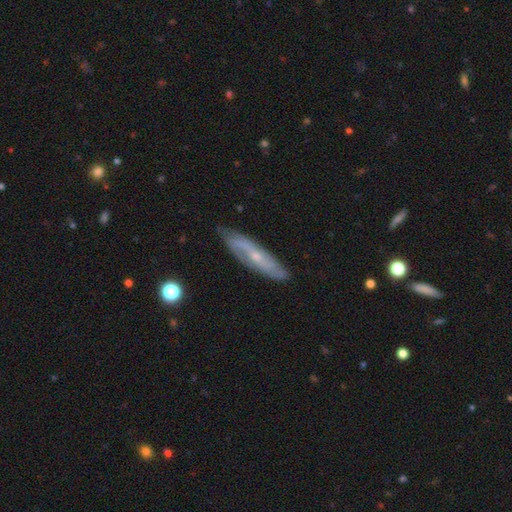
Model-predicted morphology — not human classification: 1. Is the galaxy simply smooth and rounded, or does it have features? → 67% featured or disk, 27% smooth, 7% star or artifact.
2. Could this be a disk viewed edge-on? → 59% no, 41% yes.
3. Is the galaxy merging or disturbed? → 79% none, 16% minor disturbance, 3% major disturbance, 2% merger.